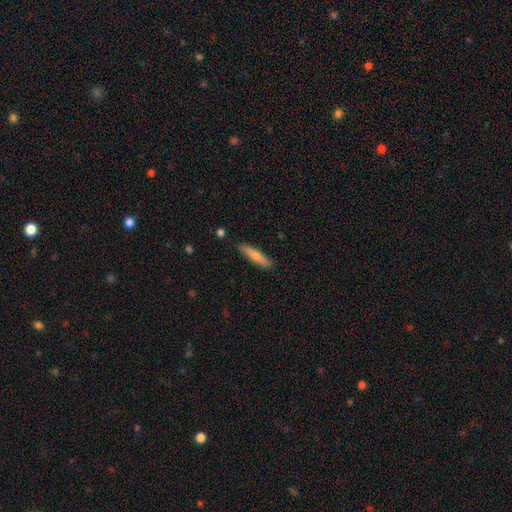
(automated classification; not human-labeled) A smooth galaxy with no disk features (64%) that is cigar-shaped (85%). Merging: none (88%).